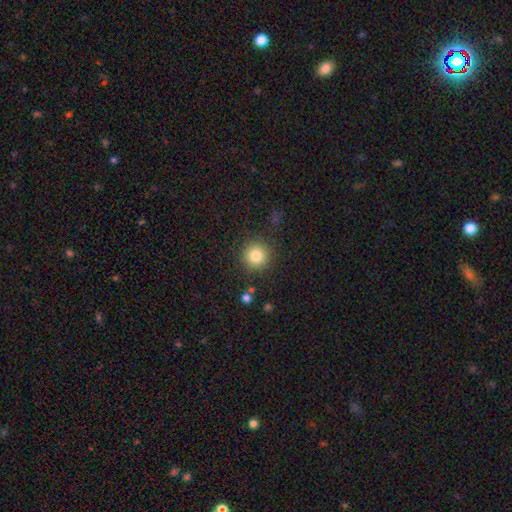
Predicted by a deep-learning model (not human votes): smooth_or_featured: smooth (p=0.83) [alt: star or artifact p=0.11]
how_rounded: round (p=0.94) [alt: in between p=0.05]
merging: none (p=0.87) [alt: minor disturbance p=0.08]